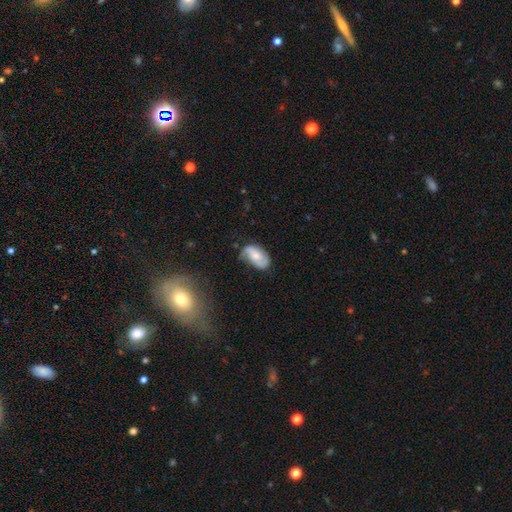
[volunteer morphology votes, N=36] Smooth or featured?
  - smooth: 67% *
  - featured or disk: 33%
  - star or artifact: 0%
How rounded?
  - in between: 79% *
  - cigar-shaped: 17%
  - round: 4%
Merging?
  - none: 50% *
  - minor disturbance: 47%
  - major disturbance: 3%
  - merger: 0%